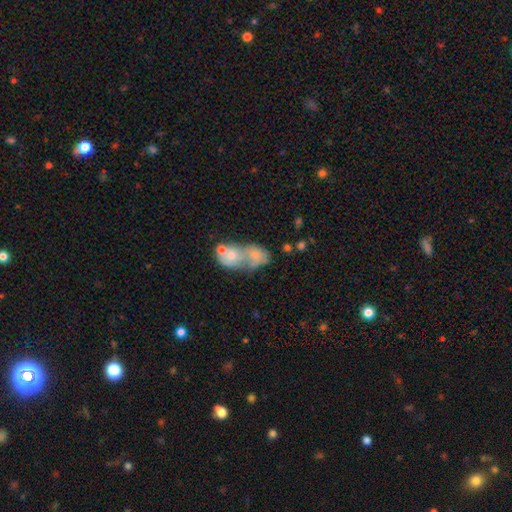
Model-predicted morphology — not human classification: Overall: smooth (57%; featured or disk 33%). How rounded: in between (71%). Merging: merger (74%).